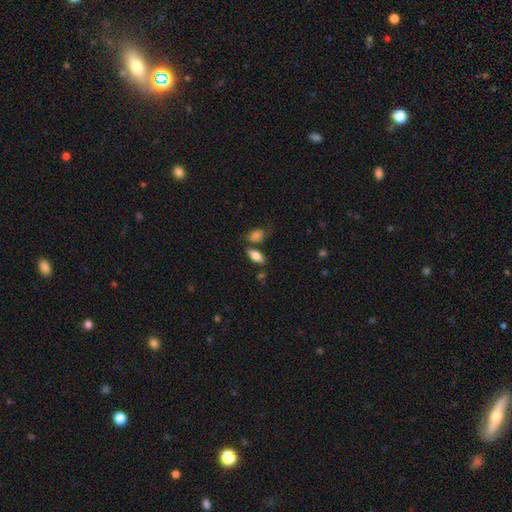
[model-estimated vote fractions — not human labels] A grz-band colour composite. It shows a smooth galaxy with no disk features (77%) that is in between round and cigar-shaped (87%). Merging: none (69%).